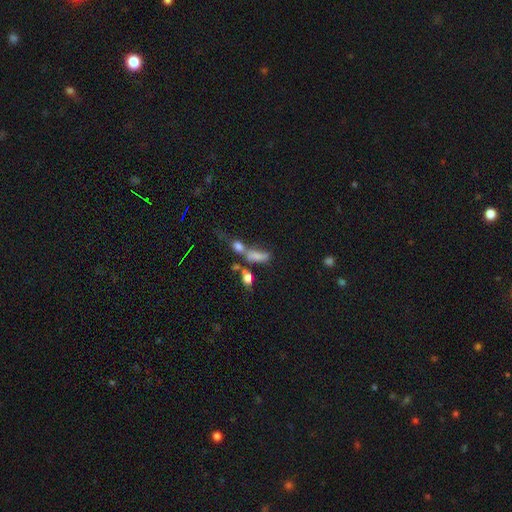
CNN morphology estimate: smooth 68%, featured or disk 18%, star or artifact 15%. Down the decision tree: how rounded — in between (68%); merging — merger (52%).